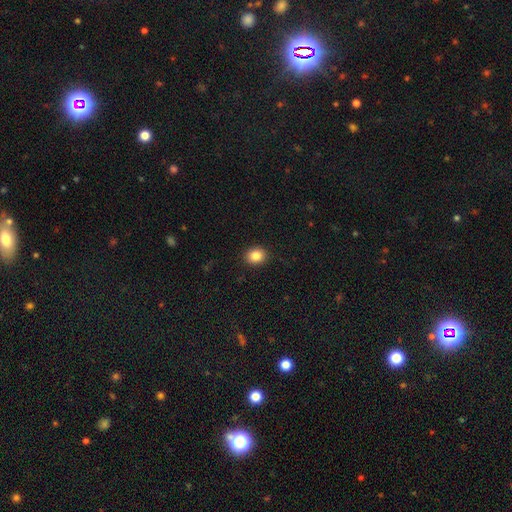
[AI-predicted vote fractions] Q: Smooth or featured?
A: smooth (85%); runner-up: star or artifact (10%)
Q: How rounded?
A: round (62%); runner-up: in between (38%)
Q: Merging?
A: none (91%); runner-up: minor disturbance (6%)